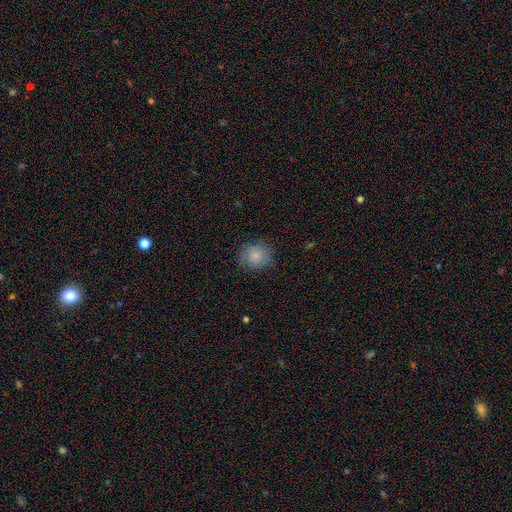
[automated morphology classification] Smooth or featured: smooth — 80% (featured or disk — 13%)
How rounded: round — 83% (in between — 16%)
Merging: none — 79% (minor disturbance — 15%)